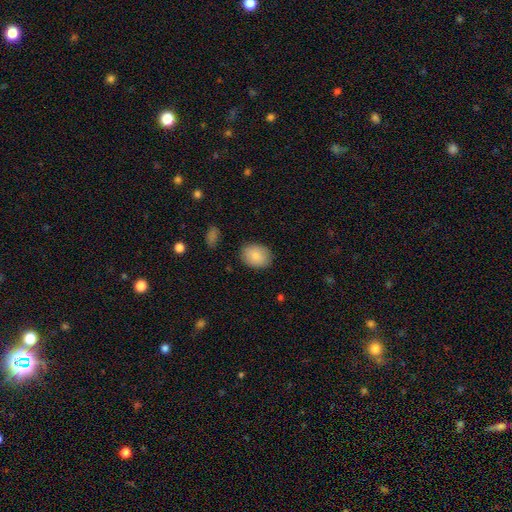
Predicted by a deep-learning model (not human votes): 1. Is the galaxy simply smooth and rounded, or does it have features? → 83% smooth, 10% featured or disk, 7% star or artifact.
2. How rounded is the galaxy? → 61% in between, 38% round, 1% cigar-shaped.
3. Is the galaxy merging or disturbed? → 85% none, 11% minor disturbance, 3% major disturbance, 1% merger.